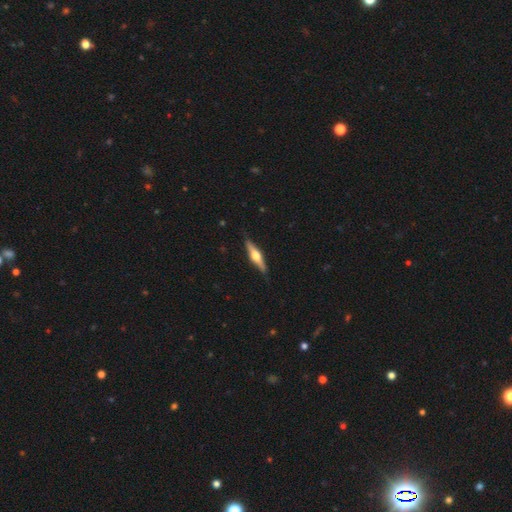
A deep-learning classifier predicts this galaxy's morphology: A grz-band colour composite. It shows a featured or disk galaxy (67%) viewed edge-on (97%) with a rounded central bulge (93%). Merging: none (88%).